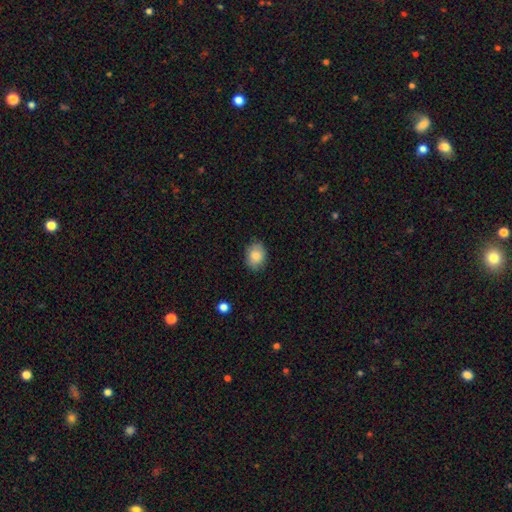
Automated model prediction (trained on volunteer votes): The model was most divided on "how rounded": in between: 68%, round: 31%, cigar-shaped: 1%. More confident: smooth or featured — smooth (86%); merging — none (85%).